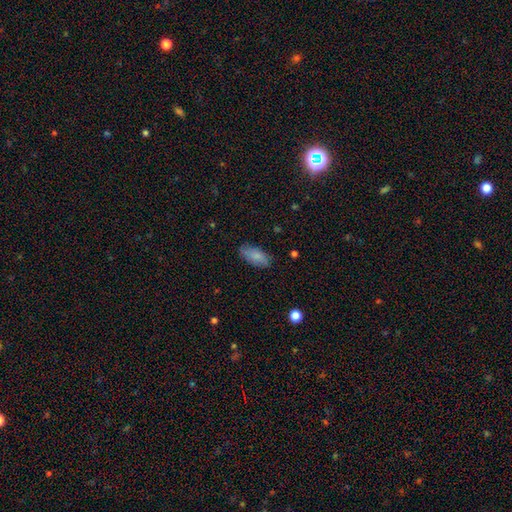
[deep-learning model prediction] smooth-or-featured: smooth: 82% | featured or disk: 11% | star or artifact: 7%
  how-rounded: in between: 88% | cigar-shaped: 10% | round: 2%
  merging: none: 80% | minor disturbance: 15% | major disturbance: 3% | merger: 1%